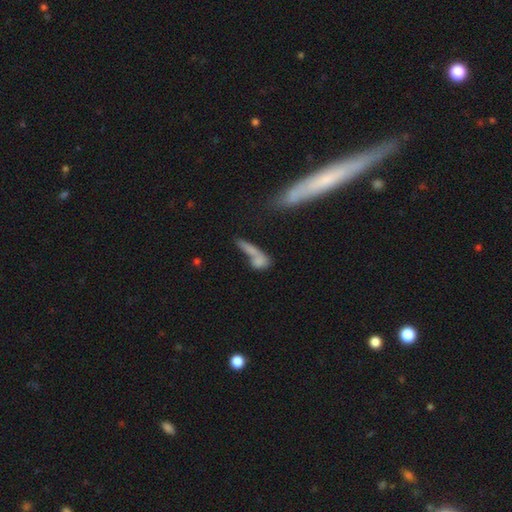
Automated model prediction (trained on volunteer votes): Smooth or featured? smooth (65%)
How rounded? cigar-shaped (59%)
Merging? merger (47%)